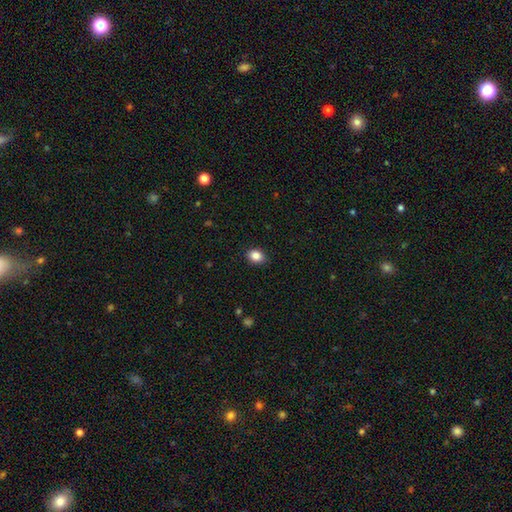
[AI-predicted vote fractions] smooth_or_featured: smooth (p=0.86) [alt: star or artifact p=0.09]
how_rounded: in between (p=0.58) [alt: round p=0.41]
merging: none (p=0.88) [alt: minor disturbance p=0.09]